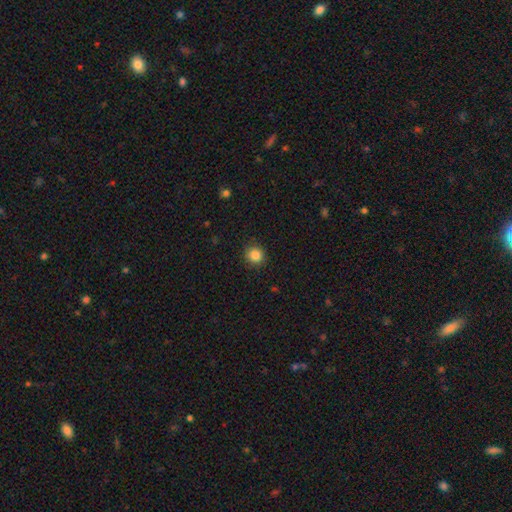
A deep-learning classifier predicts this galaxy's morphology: type=smooth (85%); roundness=round (90%); merging=none (91%).